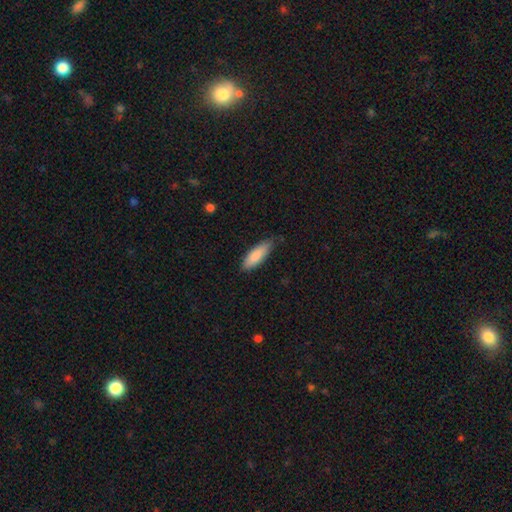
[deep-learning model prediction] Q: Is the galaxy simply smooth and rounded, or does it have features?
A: smooth — 85%.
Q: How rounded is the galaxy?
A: in between — 59%.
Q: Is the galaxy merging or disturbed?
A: none — 74%.